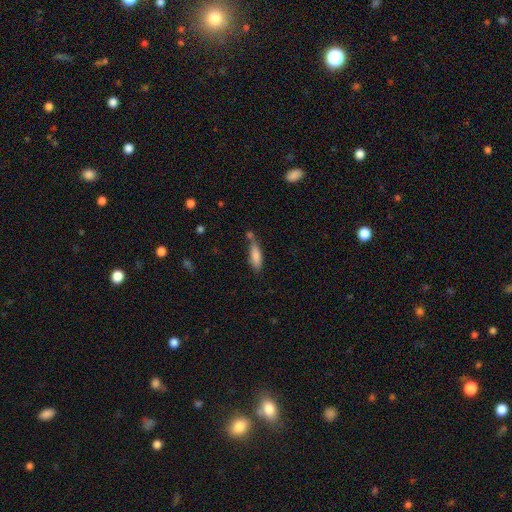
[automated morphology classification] A smooth galaxy with no disk features (81%) that is cigar-shaped (51%). Merging: none (50%).